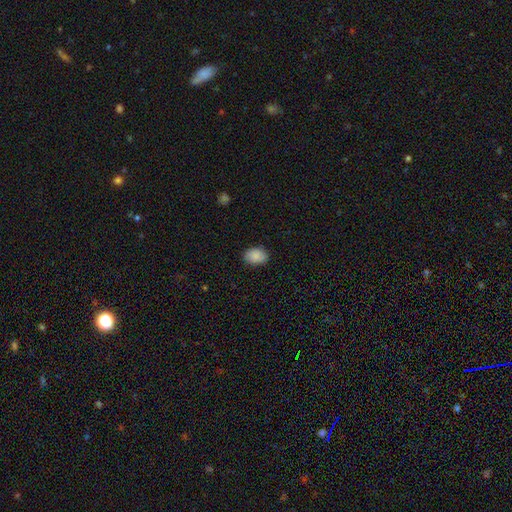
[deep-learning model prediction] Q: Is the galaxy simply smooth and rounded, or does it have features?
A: smooth — 86%.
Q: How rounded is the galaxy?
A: in between — 76%.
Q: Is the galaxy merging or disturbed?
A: none — 82%.